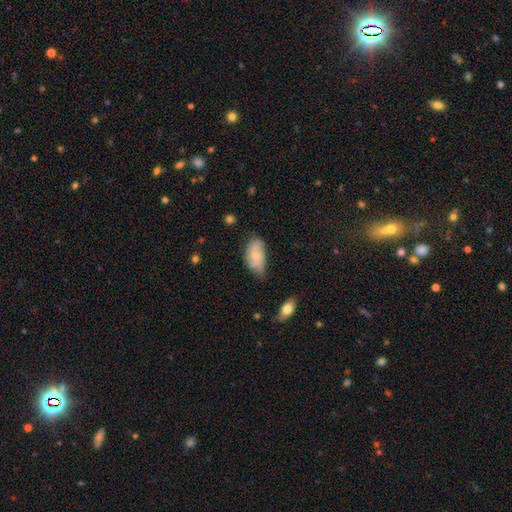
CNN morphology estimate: type=smooth (54%); roundness=in between (92%); merging=none (54%).